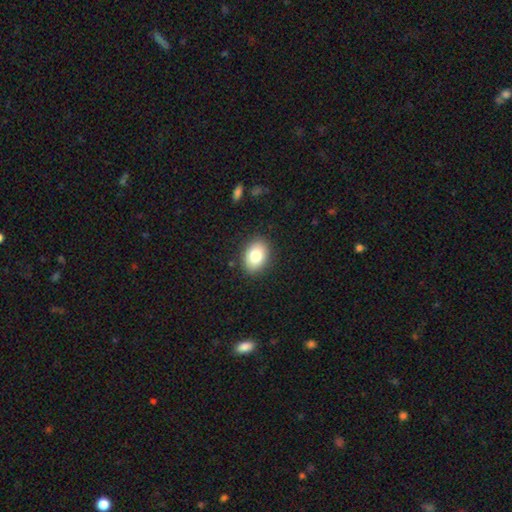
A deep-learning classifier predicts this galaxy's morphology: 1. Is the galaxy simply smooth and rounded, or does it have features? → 81% smooth, 10% featured or disk, 8% star or artifact.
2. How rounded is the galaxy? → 74% in between, 25% round, 1% cigar-shaped.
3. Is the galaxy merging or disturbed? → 88% none, 8% minor disturbance, 2% major disturbance, 1% merger.